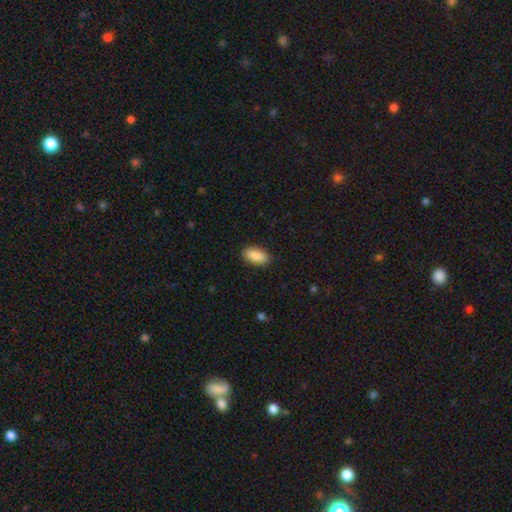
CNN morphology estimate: Overall: smooth (89%). How rounded: in between (92%). Merging: none (89%).